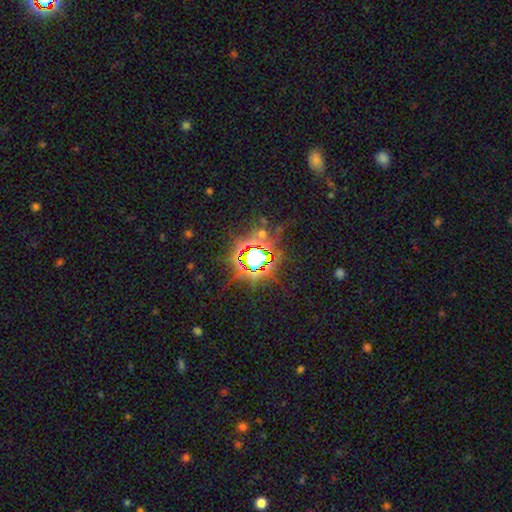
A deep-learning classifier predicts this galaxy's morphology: A star or artifact, not a galaxy (84%).

Vote fractions:
- Smooth or featured? star or artifact: 84% / smooth: 10% / featured or disk: 6%